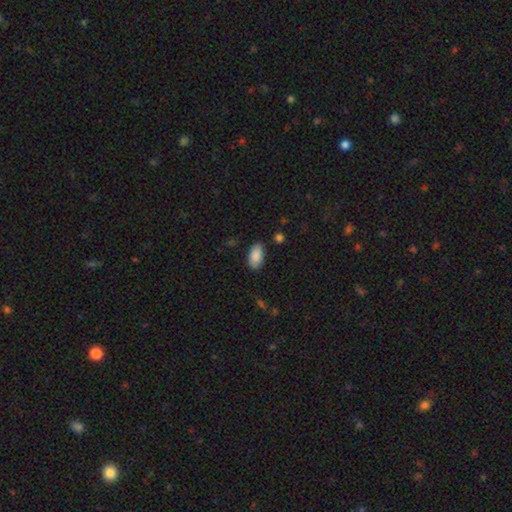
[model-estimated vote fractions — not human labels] Smooth or featured? smooth (89%)
How rounded? in between (94%)
Merging? none (84%)